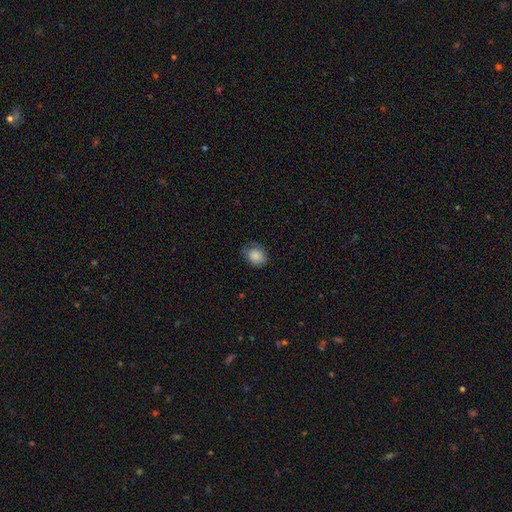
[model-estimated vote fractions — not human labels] A smooth galaxy with no disk features (83%) that is in between round and cigar-shaped (50%).

Vote fractions:
- Smooth or featured? smooth: 83% / featured or disk: 10% / star or artifact: 8%
- How rounded? in between: 50% / round: 49% / cigar-shaped: 1%
- Merging? none: 65% / minor disturbance: 26% / major disturbance: 8% / merger: 1%